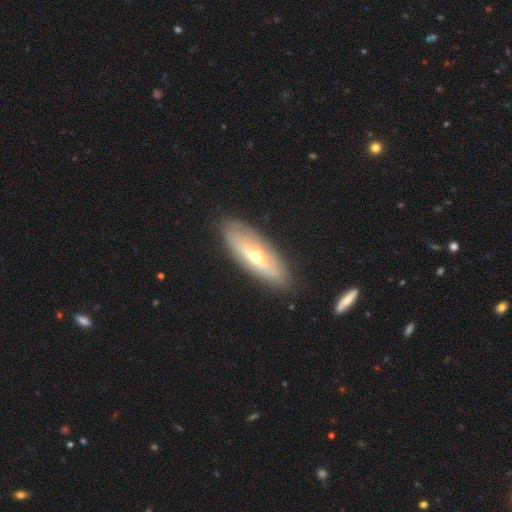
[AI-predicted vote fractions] Smooth or featured: featured or disk — 49% (smooth — 44%)
Merging: none — 85% (minor disturbance — 11%)